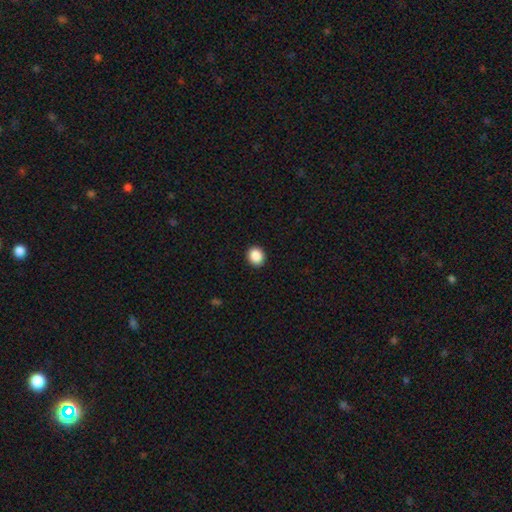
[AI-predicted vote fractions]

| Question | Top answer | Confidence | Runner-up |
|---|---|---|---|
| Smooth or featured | smooth | 88% | star or artifact (9%) |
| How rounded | round | 77% | in between (22%) |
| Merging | none | 92% | minor disturbance (6%) |